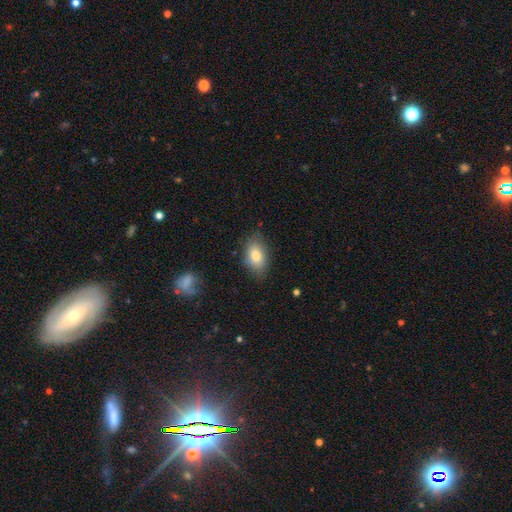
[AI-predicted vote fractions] smooth 79%, featured or disk 13%, star or artifact 8%. Down the decision tree: how rounded — in between (89%); merging — none (79%).